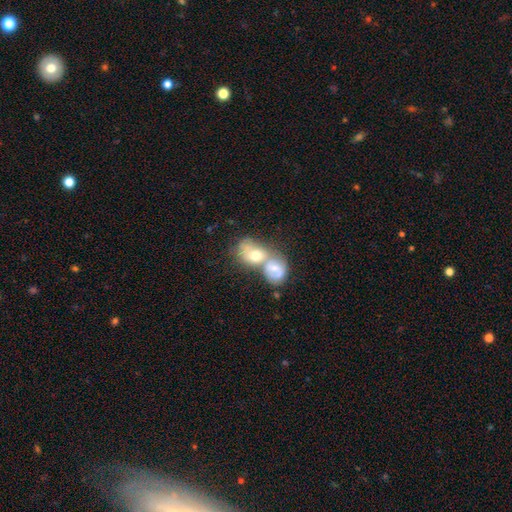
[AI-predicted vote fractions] Smooth or featured? smooth (61%)
How rounded? in between (55%)
Merging? merger (78%)